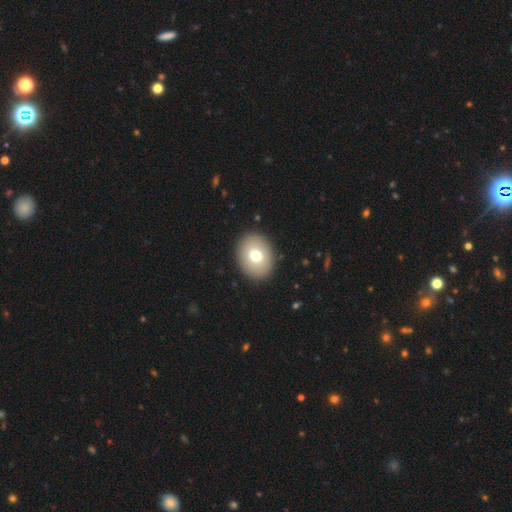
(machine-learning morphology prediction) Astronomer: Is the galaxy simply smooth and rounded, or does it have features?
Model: smooth — 73%.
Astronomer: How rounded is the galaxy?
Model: in between — 61% (runner-up: round, 38%).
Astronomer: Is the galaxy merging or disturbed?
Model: none — 91%.